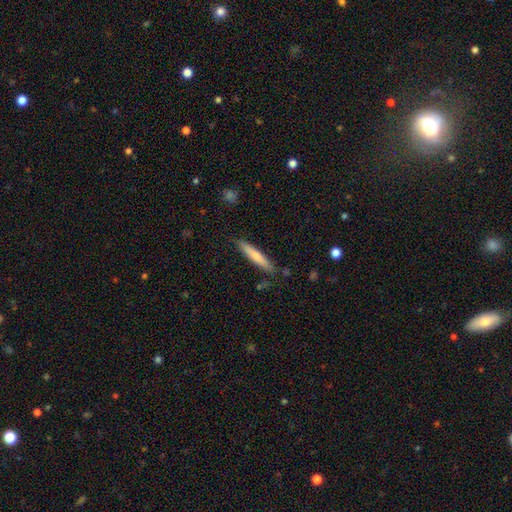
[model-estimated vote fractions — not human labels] Q: Smooth or featured?
A: smooth (73%); runner-up: featured or disk (22%)
Q: How rounded?
A: cigar-shaped (92%); runner-up: in between (7%)
Q: Merging?
A: none (85%); runner-up: minor disturbance (11%)